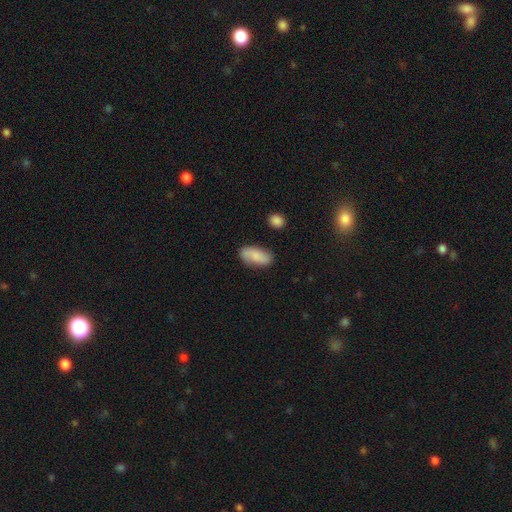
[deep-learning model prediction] Smooth or featured?
  - smooth: 73% *
  - featured or disk: 20%
  - star or artifact: 7%
How rounded?
  - in between: 89% *
  - cigar-shaped: 8%
  - round: 3%
Merging?
  - none: 77% *
  - minor disturbance: 17%
  - major disturbance: 4%
  - merger: 3%